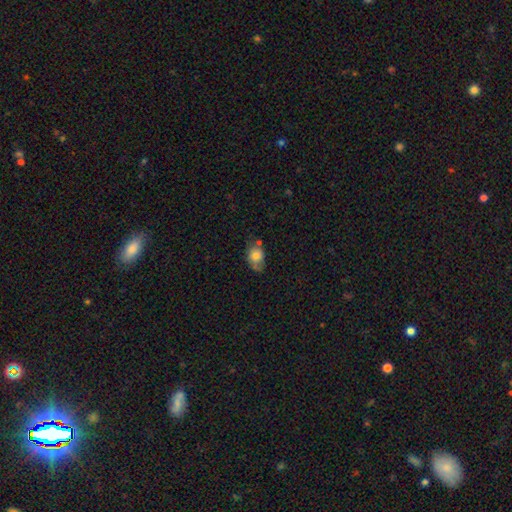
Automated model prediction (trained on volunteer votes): Smooth or featured? Predicted: smooth (p=0.73). How rounded? Predicted: in between (p=0.60). Merging? Predicted: none (p=0.48).